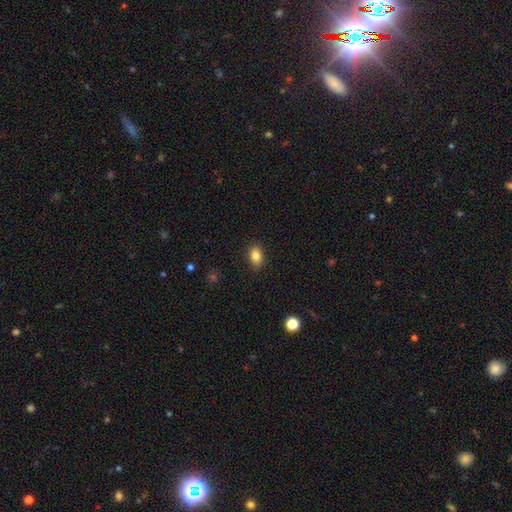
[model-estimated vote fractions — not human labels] Smooth or featured: smooth — 84% (star or artifact — 9%)
How rounded: in between — 79% (round — 19%)
Merging: none — 86% (minor disturbance — 11%)